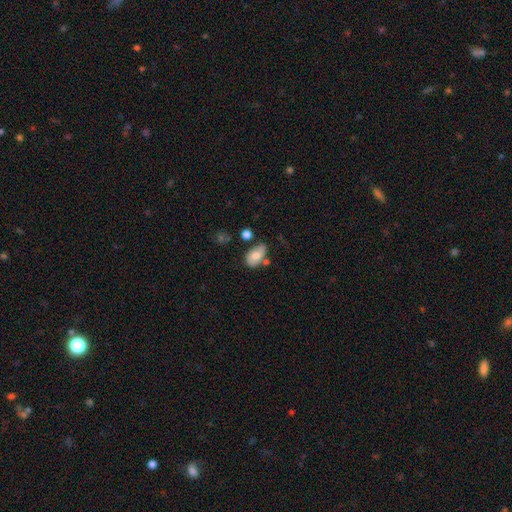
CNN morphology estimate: A smooth galaxy with no disk features (64%) that is in between round and cigar-shaped (89%). Merging: none (55%).